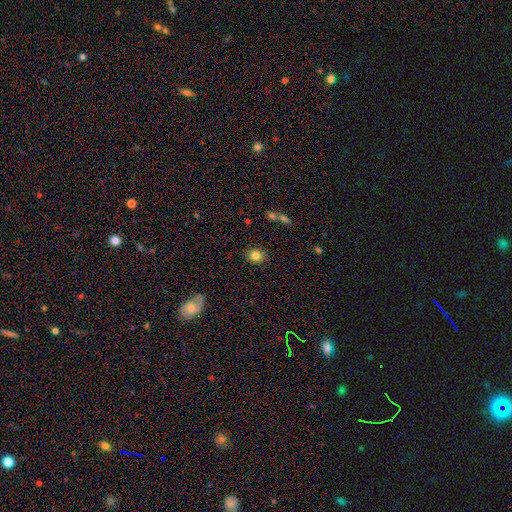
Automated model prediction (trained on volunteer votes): Smooth or featured? Predicted: smooth (p=0.81). How rounded? Predicted: round (p=0.71). Merging? Predicted: none (p=0.88).